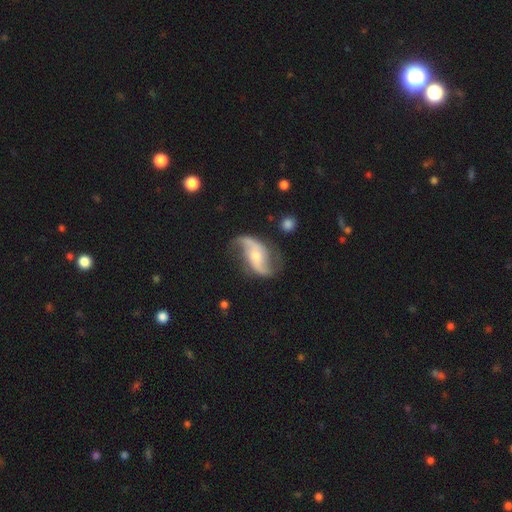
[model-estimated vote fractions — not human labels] Smooth or featured: featured or disk — 88% (smooth — 8%)
Edge-on disk: no — 96% (yes — 4%)
Bar: no — 45% (weak — 35%)
Spiral arms: yes — 96% (no — 4%)
Spiral winding: loose — 77% (medium — 19%)
Spiral arm count: 2 — 92% (1 — 3%)
Bulge size: moderate — 54% (small — 39%)
Merging: none — 71% (minor disturbance — 18%)